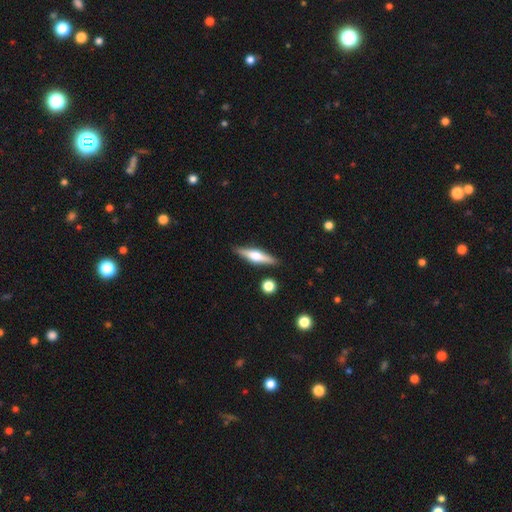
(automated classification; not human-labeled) A featured or disk galaxy (64%) viewed edge-on (97%) with a rounded central bulge (93%). Merging: none (88%).